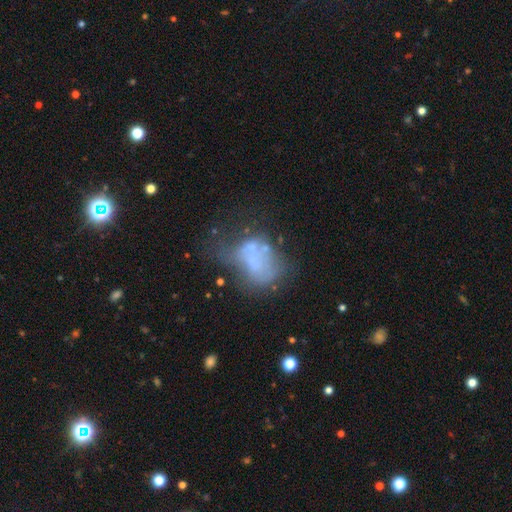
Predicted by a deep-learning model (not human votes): This appears to be a featured or disk galaxy (42%). Merging: major disturbance (32%).